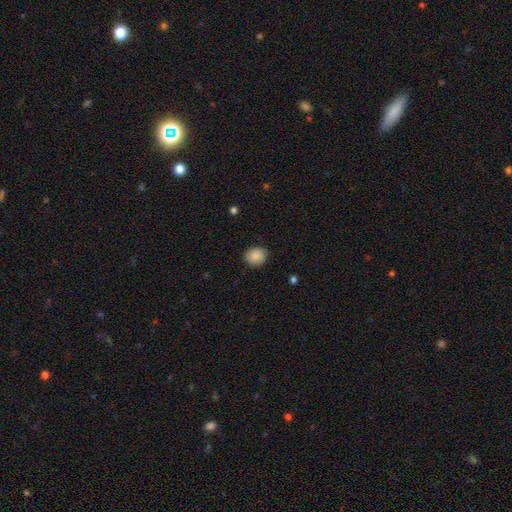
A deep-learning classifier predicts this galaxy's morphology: Smooth or featured?
  - smooth: 88% *
  - star or artifact: 8%
  - featured or disk: 4%
How rounded?
  - round: 65% *
  - in between: 34%
  - cigar-shaped: 1%
Merging?
  - none: 87% *
  - minor disturbance: 10%
  - major disturbance: 2%
  - merger: 1%